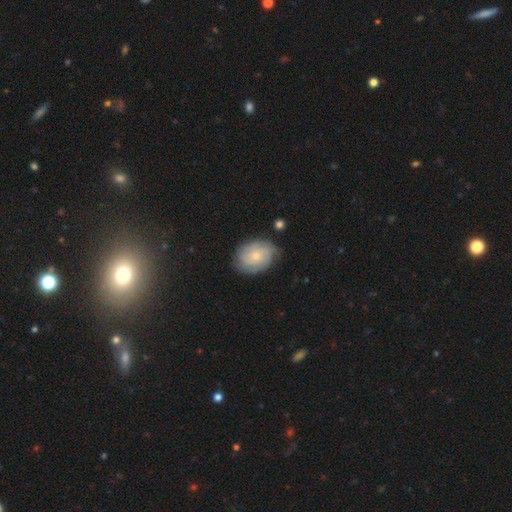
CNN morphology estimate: A featured or disk galaxy (58%) with no bar (78%), spiral arms (89%) and a small central bulge (70%).

Vote fractions:
- Smooth or featured? featured or disk: 58% / smooth: 35% / star or artifact: 7%
- Edge-on disk? no: 97% / yes: 3%
- Bar? no: 78% / weak: 20% / strong: 2%
- Spiral arms? yes: 89% / no: 11%
- Bulge size? small: 70% / moderate: 26% / none: 2% / large: 1% / dominant: 1%
- Merging? none: 74% / minor disturbance: 19% / major disturbance: 5% / merger: 2%